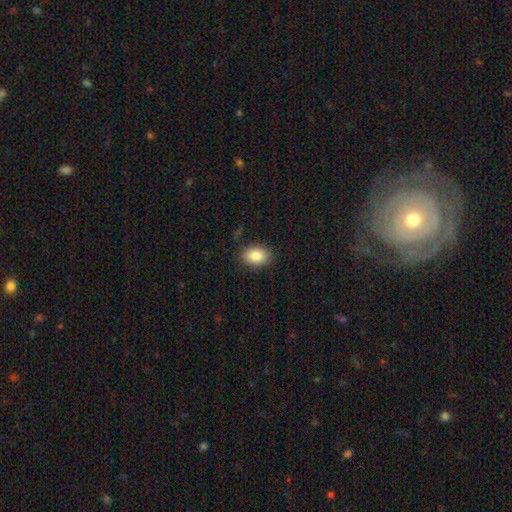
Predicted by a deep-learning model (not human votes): smooth-or-featured: smooth: 86% | star or artifact: 8% | featured or disk: 6%
  how-rounded: in between: 85% | round: 14% | cigar-shaped: 1%
  merging: none: 85% | minor disturbance: 11% | major disturbance: 3% | merger: 1%